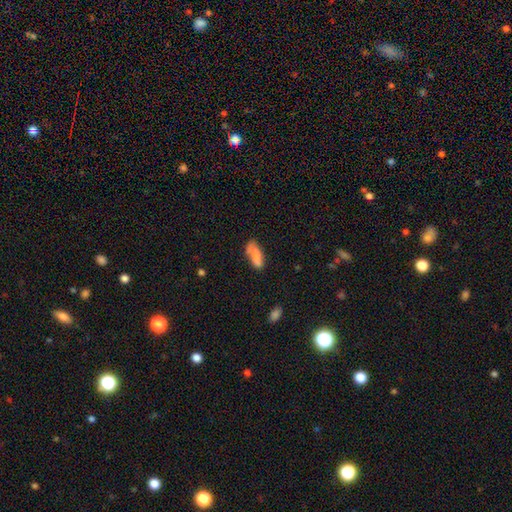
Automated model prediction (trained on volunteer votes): Overall: smooth (71%). How rounded: in between (78%). Merging: none (49%; minor disturbance 29%).